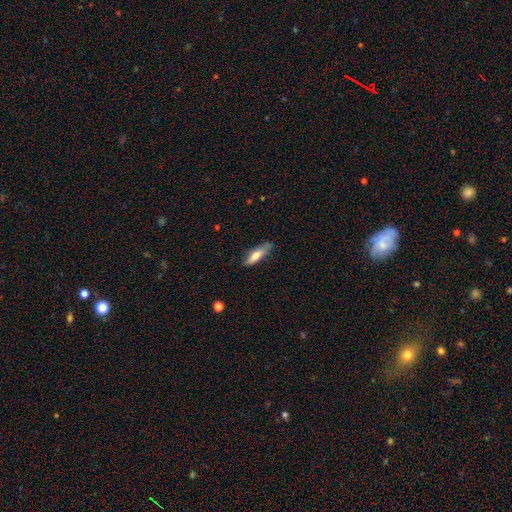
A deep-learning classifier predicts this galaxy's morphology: The model was most divided on "how rounded": cigar-shaped: 59%, in between: 39%, round: 2%. More confident: merging — none (74%); smooth or featured — smooth (66%).